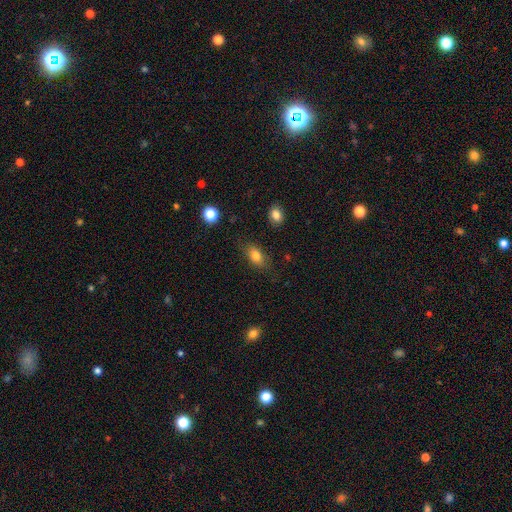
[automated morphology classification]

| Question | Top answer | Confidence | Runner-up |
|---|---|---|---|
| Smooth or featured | smooth | 79% | featured or disk (11%) |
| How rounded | in between | 84% | round (10%) |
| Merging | none | 79% | minor disturbance (15%) |